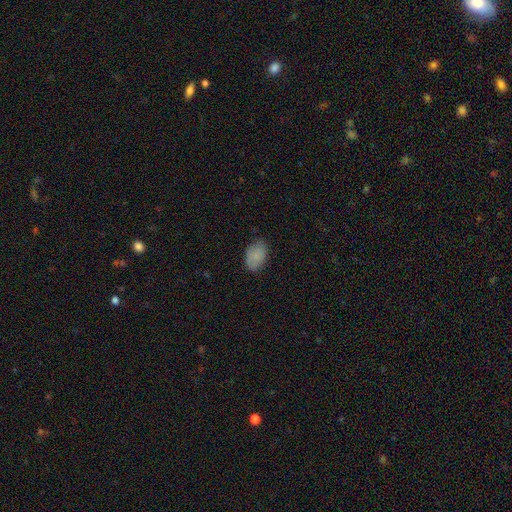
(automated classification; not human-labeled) This is clearly a smooth galaxy (85%). How rounded: clearly in between (87%). Merging: likely none (77%).